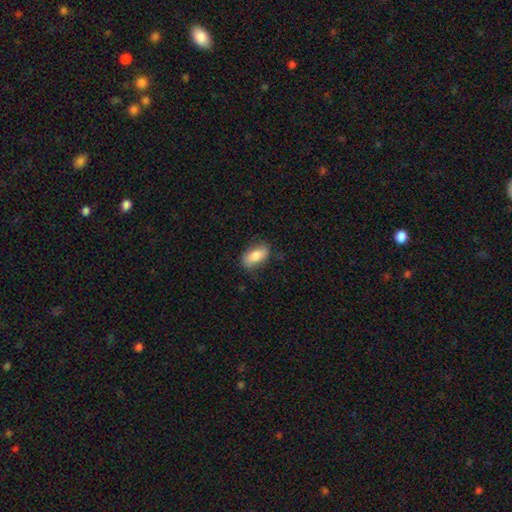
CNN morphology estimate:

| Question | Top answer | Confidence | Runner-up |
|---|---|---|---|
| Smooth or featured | smooth | 76% | featured or disk (18%) |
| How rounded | in between | 87% | cigar-shaped (9%) |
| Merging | none | 74% | minor disturbance (20%) |